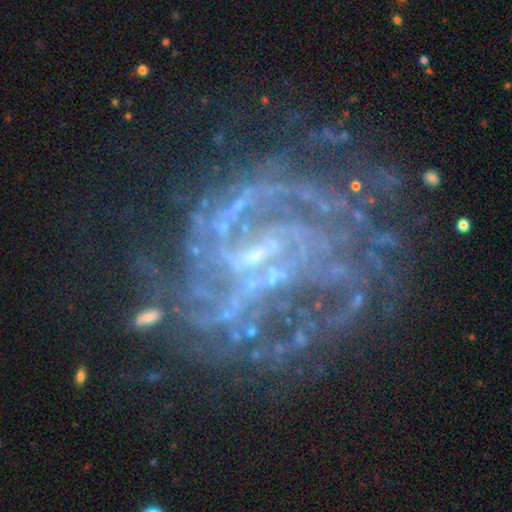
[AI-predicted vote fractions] Smooth or featured? Predicted: featured or disk (p=0.83). Edge-on disk? Predicted: no (p=0.98). Bar? Predicted: weak (p=0.47). Spiral arms? Predicted: yes (p=0.84). Spiral winding? Predicted: tight (p=0.51). Spiral arm count? Predicted: can't tell (p=0.41). Bulge size? Predicted: small (p=0.57). Merging? Predicted: none (p=0.58).